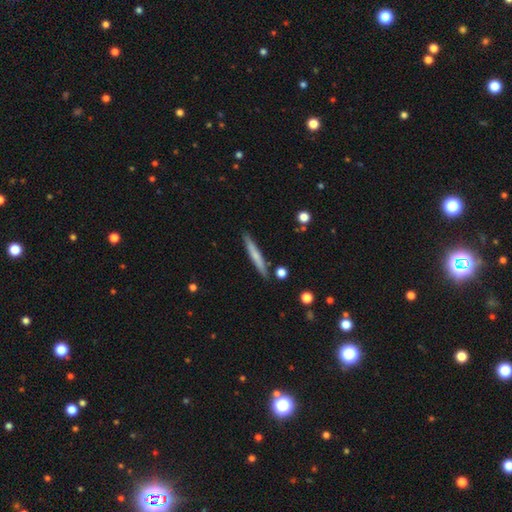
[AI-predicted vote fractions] A smooth galaxy with no disk features (58%) that is cigar-shaped (95%). Merging: none (88%).